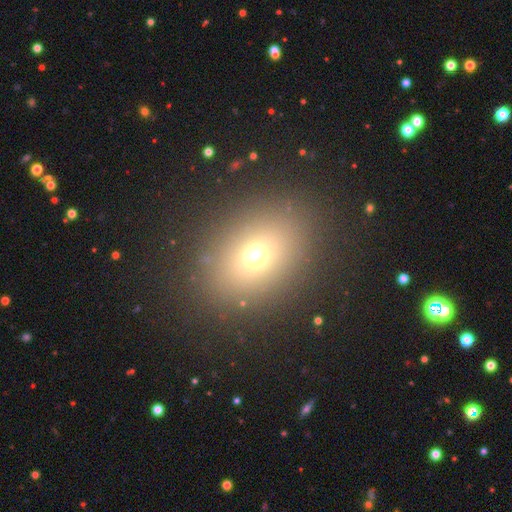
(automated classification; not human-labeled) Q: Smooth or featured?
A: smooth (68%); runner-up: star or artifact (21%)
Q: How rounded?
A: in between (55%); runner-up: round (43%)
Q: Merging?
A: none (86%); runner-up: minor disturbance (8%)